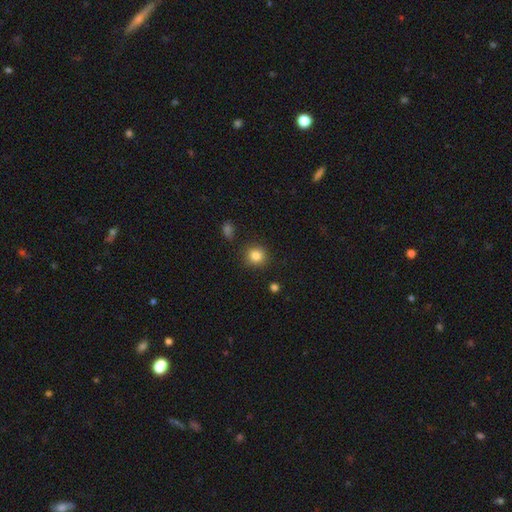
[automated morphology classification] Overall: smooth (85%). How rounded: round (90%). Merging: none (87%).